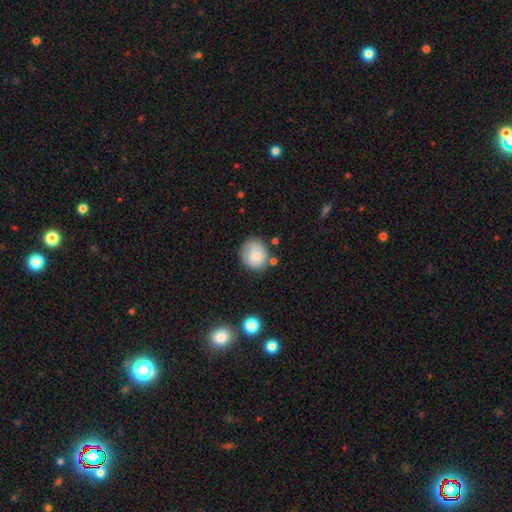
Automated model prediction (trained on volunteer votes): A smooth galaxy with no disk features (67%) that is round (80%). Merging: none (69%).